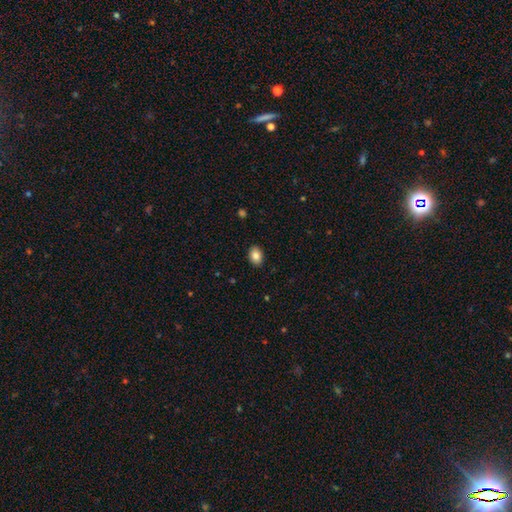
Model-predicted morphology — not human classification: smooth-or-featured: smooth: 86% | star or artifact: 8% | featured or disk: 6%
  how-rounded: in between: 79% | round: 20% | cigar-shaped: 1%
  merging: none: 89% | minor disturbance: 8% | major disturbance: 2% | merger: 1%